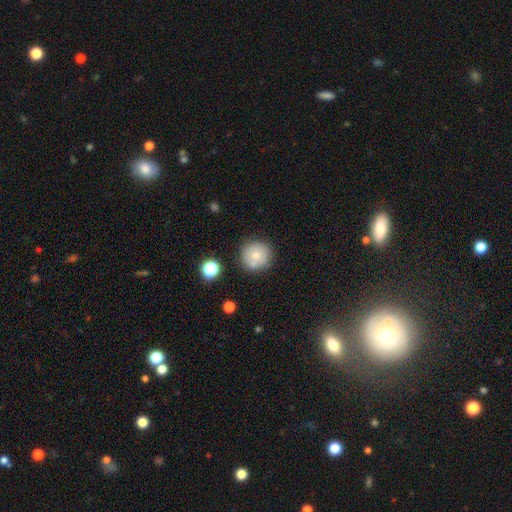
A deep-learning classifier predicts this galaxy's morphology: Smooth or featured?
  - smooth: 71% *
  - featured or disk: 18%
  - star or artifact: 11%
How rounded?
  - round: 94% *
  - in between: 5%
  - cigar-shaped: 1%
Merging?
  - none: 72% *
  - merger: 14%
  - minor disturbance: 11%
  - major disturbance: 3%